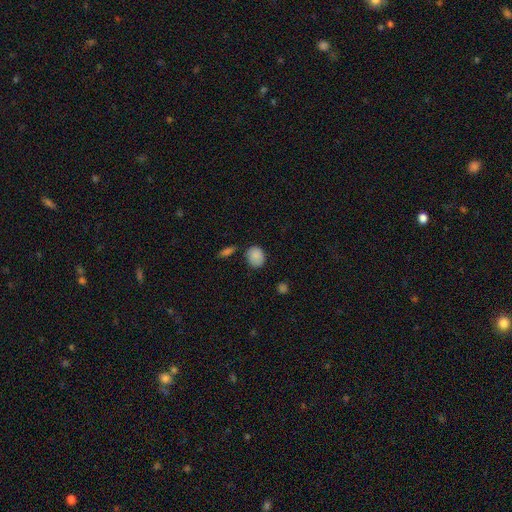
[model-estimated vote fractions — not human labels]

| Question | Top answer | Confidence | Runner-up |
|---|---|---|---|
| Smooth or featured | smooth | 87% | star or artifact (8%) |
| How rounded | round | 57% | in between (41%) |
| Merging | none | 75% | minor disturbance (17%) |